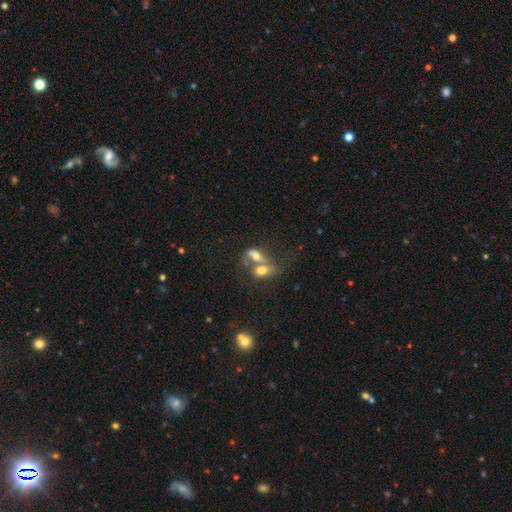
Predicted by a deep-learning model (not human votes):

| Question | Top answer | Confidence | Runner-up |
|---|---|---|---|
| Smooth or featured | smooth | 60% | featured or disk (29%) |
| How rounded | in between | 75% | round (14%) |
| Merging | merger | 70% | none (17%) |